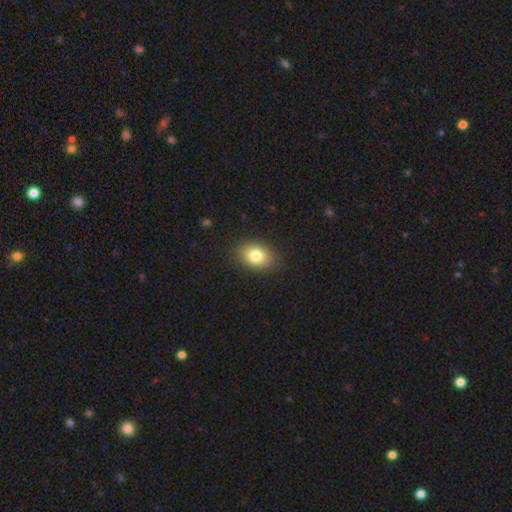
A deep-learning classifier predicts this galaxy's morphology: type=smooth (81%); roundness=in between (77%); merging=none (86%).